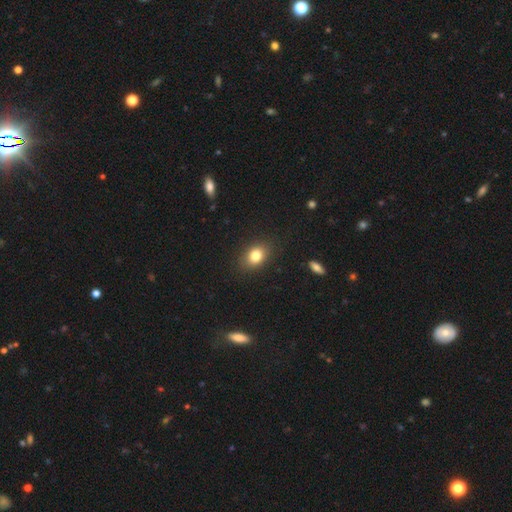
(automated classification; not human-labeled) A smooth galaxy with no disk features (81%) that is in between round and cigar-shaped (69%).

Vote fractions:
- Smooth or featured? smooth: 81% / star or artifact: 10% / featured or disk: 9%
- How rounded? in between: 69% / round: 30% / cigar-shaped: 2%
- Merging? none: 85% / minor disturbance: 11% / major disturbance: 3% / merger: 1%